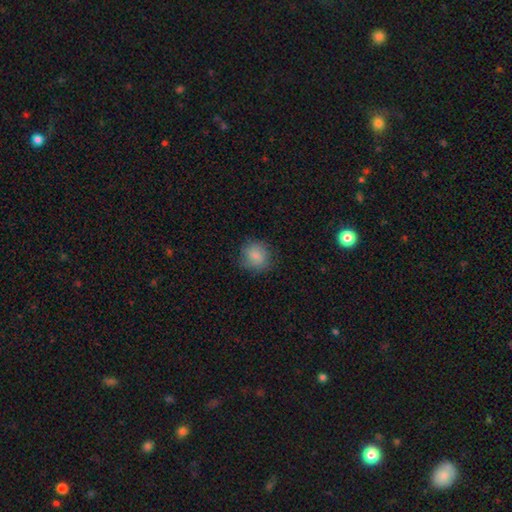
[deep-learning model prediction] The model was most divided on "merging": none: 79%, minor disturbance: 15%, major disturbance: 5%, merger: 1%. More confident: smooth or featured — smooth (83%); how rounded — round (82%).